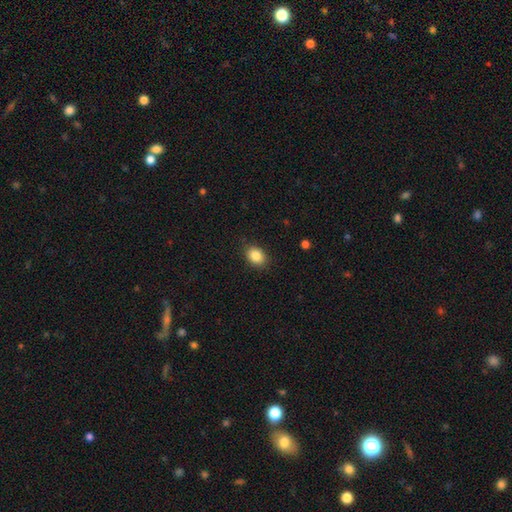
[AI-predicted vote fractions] Morphology: type=smooth (87%); roundness=in between (69%); merging=none (85%).